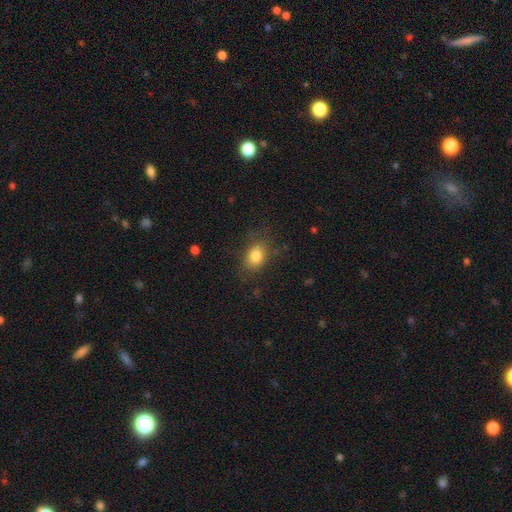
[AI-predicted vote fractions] The model was most divided on "how rounded": in between: 72%, round: 27%, cigar-shaped: 1%. More confident: smooth or featured — smooth (81%); merging — none (74%).